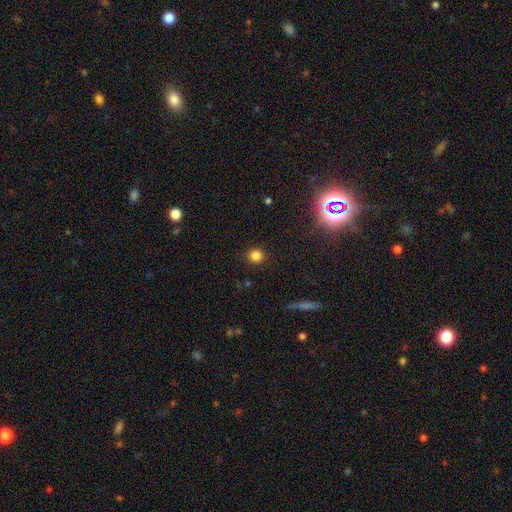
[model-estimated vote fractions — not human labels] This is clearly a smooth galaxy (83%). How rounded: clearly round (93%). Merging: clearly none (91%).